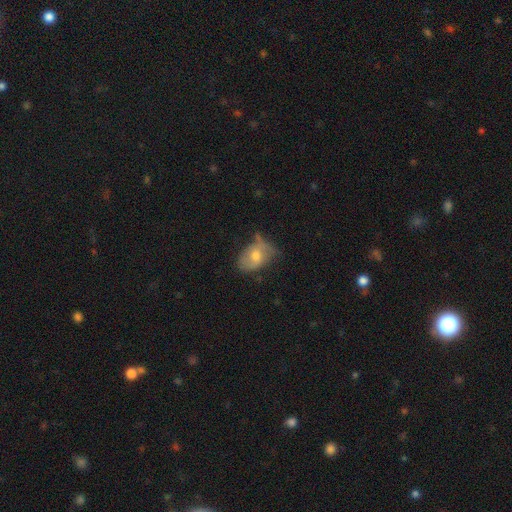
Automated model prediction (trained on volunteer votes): This is possibly a smooth galaxy (57%). How rounded: clearly in between (82%). Merging: marginally none (41%).